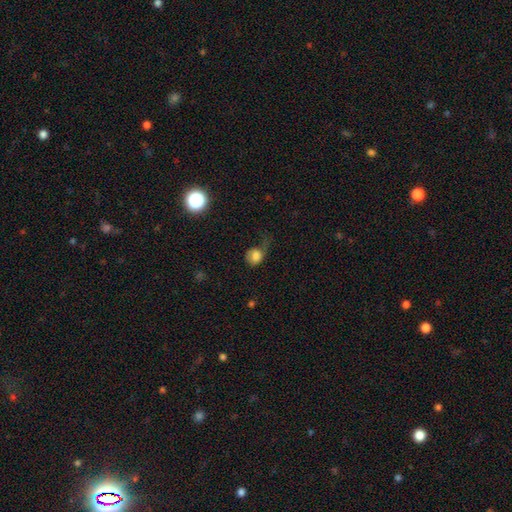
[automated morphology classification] A smooth galaxy with no disk features (76%) that is round (61%). Merging: major disturbance (47%).